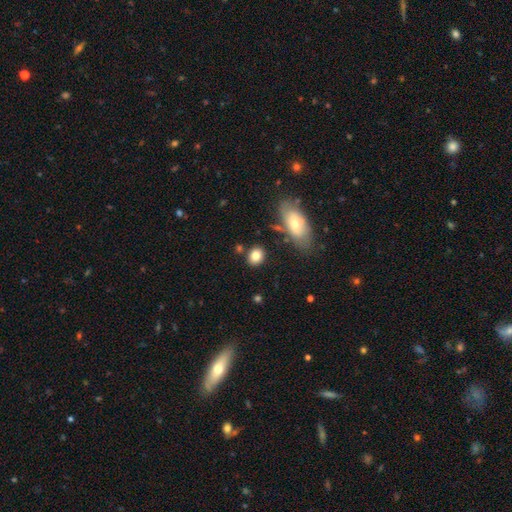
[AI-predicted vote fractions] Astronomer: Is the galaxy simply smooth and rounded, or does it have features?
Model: smooth — 82%.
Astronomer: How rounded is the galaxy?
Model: round — 54% (runner-up: in between, 44%).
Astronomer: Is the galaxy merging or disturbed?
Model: none — 80%.